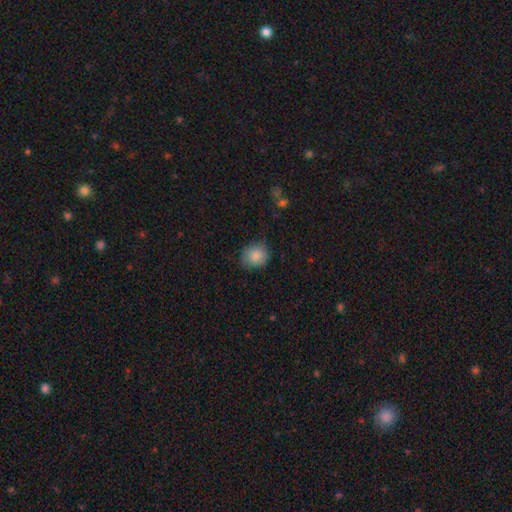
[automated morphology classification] Overall: smooth (86%). How rounded: round (79%). Merging: none (76%).